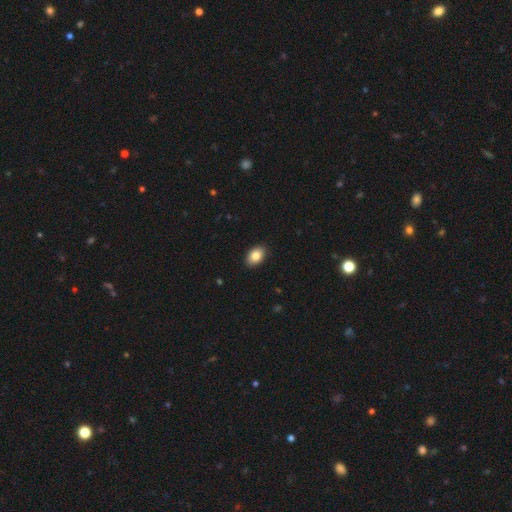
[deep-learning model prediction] Q: Smooth or featured?
A: smooth (85%); runner-up: star or artifact (8%)
Q: How rounded?
A: in between (88%); runner-up: round (11%)
Q: Merging?
A: none (89%); runner-up: minor disturbance (8%)